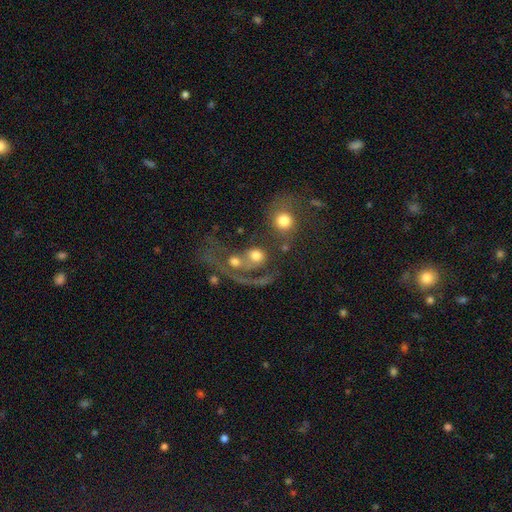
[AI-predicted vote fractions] Smooth or featured?
  - smooth: 51% *
  - featured or disk: 35%
  - star or artifact: 14%
How rounded?
  - round: 71% *
  - in between: 27%
  - cigar-shaped: 2%
Merging?
  - merger: 50% *
  - none: 22%
  - major disturbance: 19%
  - minor disturbance: 9%